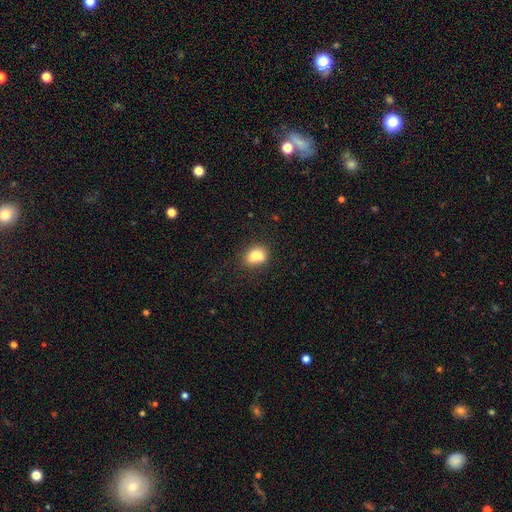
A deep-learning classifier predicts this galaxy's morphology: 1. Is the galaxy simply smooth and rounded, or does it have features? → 77% smooth, 13% featured or disk, 10% star or artifact.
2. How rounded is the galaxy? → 51% in between, 48% round, 1% cigar-shaped.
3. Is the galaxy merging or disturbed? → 57% none, 21% merger, 17% minor disturbance, 5% major disturbance.